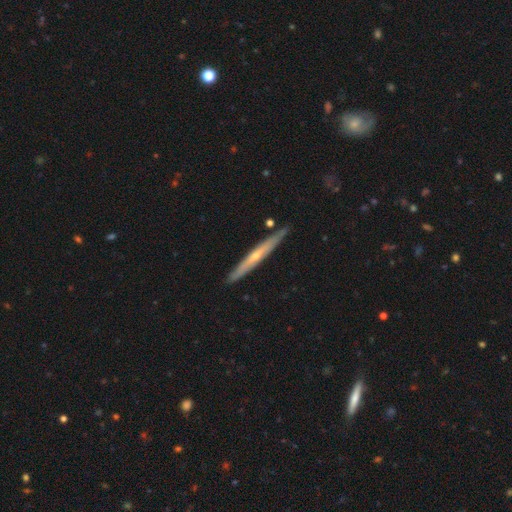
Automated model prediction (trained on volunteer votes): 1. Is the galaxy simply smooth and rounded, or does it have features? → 65% featured or disk, 30% smooth, 5% star or artifact.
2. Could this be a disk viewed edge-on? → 95% yes, 5% no.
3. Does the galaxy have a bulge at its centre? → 63% rounded, 34% none, 3% boxy.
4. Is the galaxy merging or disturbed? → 88% none, 9% minor disturbance, 2% merger, 1% major disturbance.